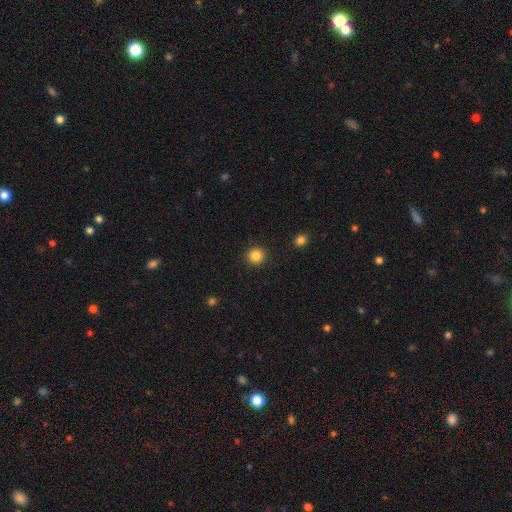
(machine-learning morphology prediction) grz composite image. It shows a smooth galaxy with no disk features (86%) that is round (93%). Merging: none (92%).